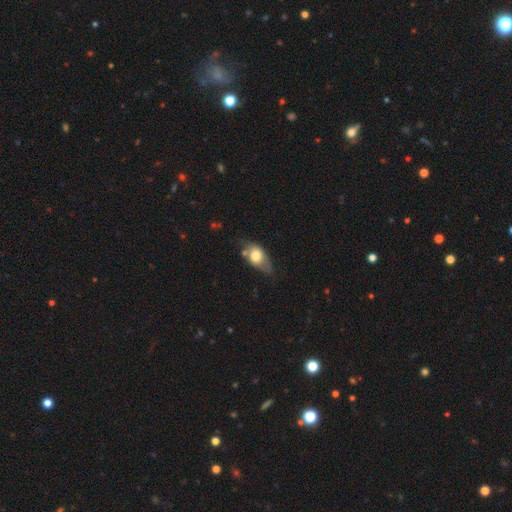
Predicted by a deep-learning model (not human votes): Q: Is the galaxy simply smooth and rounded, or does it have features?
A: smooth — 64%.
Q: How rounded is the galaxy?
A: in between — 82%.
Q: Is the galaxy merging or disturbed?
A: none — 50%.